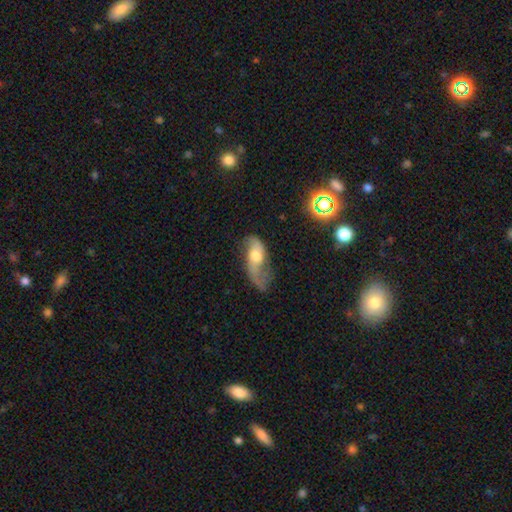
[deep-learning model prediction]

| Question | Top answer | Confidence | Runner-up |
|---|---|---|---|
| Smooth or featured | featured or disk | 62% | smooth (29%) |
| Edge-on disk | no | 90% | yes (10%) |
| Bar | no | 63% | weak (30%) |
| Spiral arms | yes | 82% | no (18%) |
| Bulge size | moderate | 62% | small (20%) |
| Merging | major disturbance | 37% | none (32%) |